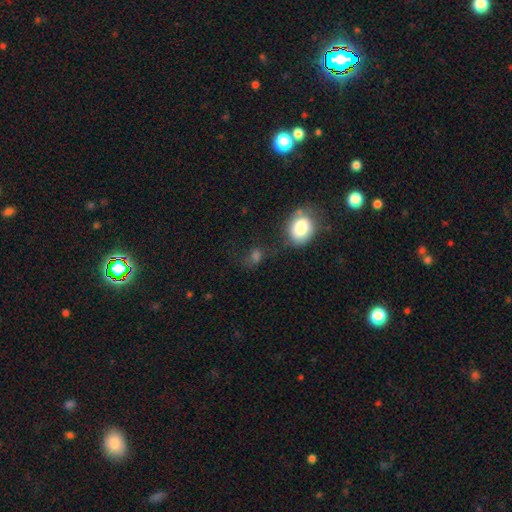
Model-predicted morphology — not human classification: Overall: smooth (65%). How rounded: in between (54%; round 44%). Merging: none (47%; minor disturbance 21%).